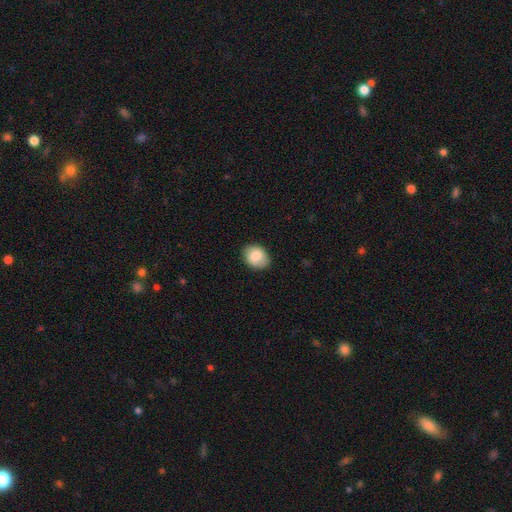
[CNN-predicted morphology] Smooth or featured: smooth — 82% (featured or disk — 11%)
How rounded: in between — 57% (round — 42%)
Merging: none — 83% (minor disturbance — 13%)